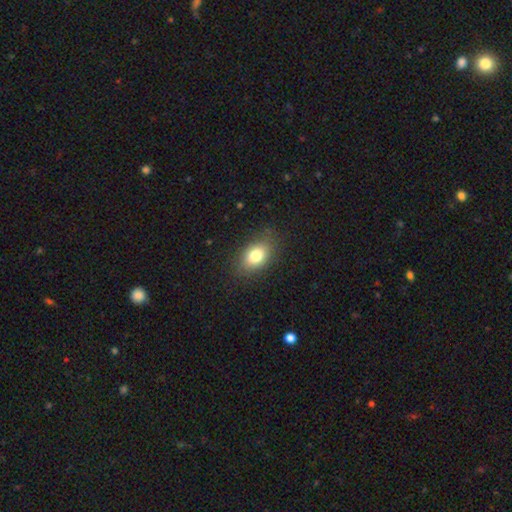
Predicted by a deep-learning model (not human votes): smooth_or_featured: smooth (p=0.80) [alt: featured or disk p=0.11]
how_rounded: in between (p=0.81) [alt: round p=0.17]
merging: none (p=0.82) [alt: minor disturbance p=0.13]